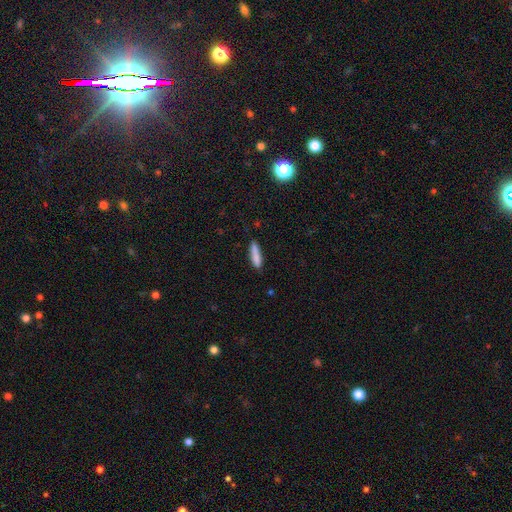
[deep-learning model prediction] A smooth galaxy with no disk features (85%) that is cigar-shaped (78%). Merging: none (80%).